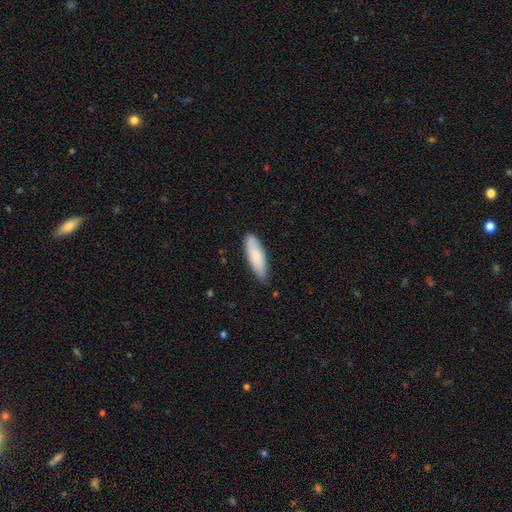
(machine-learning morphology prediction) The model was most divided on "how rounded": in between: 51%, cigar-shaped: 48%, round: 1%. More confident: smooth or featured — smooth (82%); merging — none (78%).